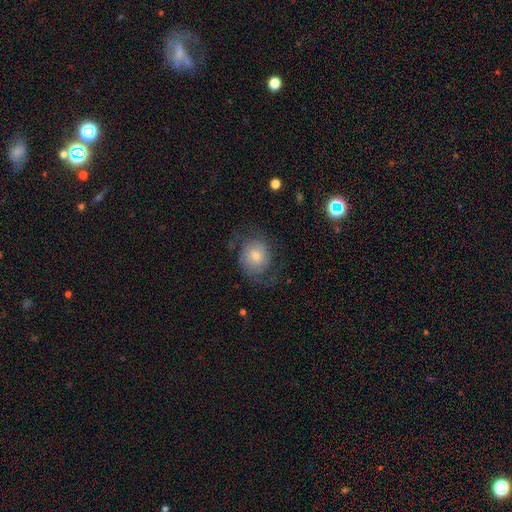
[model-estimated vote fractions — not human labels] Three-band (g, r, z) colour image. It shows a featured or disk galaxy (58%) with no bar (69%), spiral arms (87%) and a moderate central bulge (49%). Merging: none (62%).